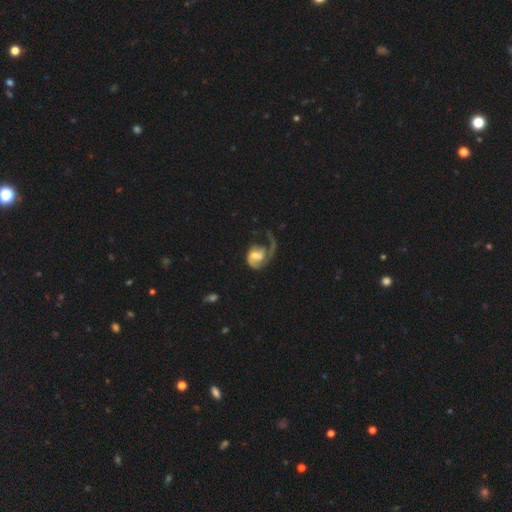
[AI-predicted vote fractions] Smooth or featured: featured or disk — 73% (smooth — 21%)
Edge-on disk: no — 98% (yes — 2%)
Bar: no — 45% (weak — 43%)
Spiral arms: yes — 88% (no — 12%)
Spiral winding: loose — 50% (medium — 34%)
Spiral arm count: 1 — 65% (2 — 26%)
Bulge size: moderate — 50% (small — 32%)
Merging: major disturbance — 52% (none — 28%)